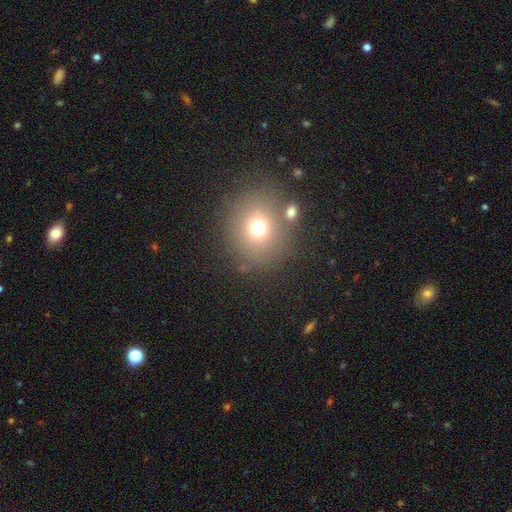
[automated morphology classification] Smooth or featured?
  - smooth: 64% *
  - star or artifact: 26%
  - featured or disk: 10%
How rounded?
  - round: 82% *
  - in between: 17%
  - cigar-shaped: 1%
Merging?
  - none: 85% *
  - minor disturbance: 8%
  - merger: 5%
  - major disturbance: 3%